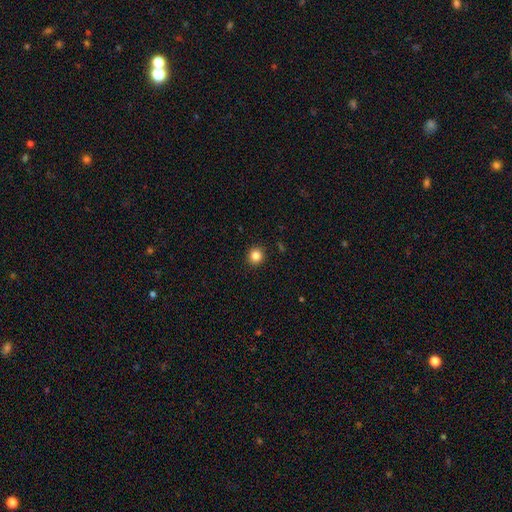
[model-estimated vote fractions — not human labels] Smooth or featured: smooth — 85% (star or artifact — 11%)
How rounded: round — 91% (in between — 8%)
Merging: none — 92% (minor disturbance — 5%)